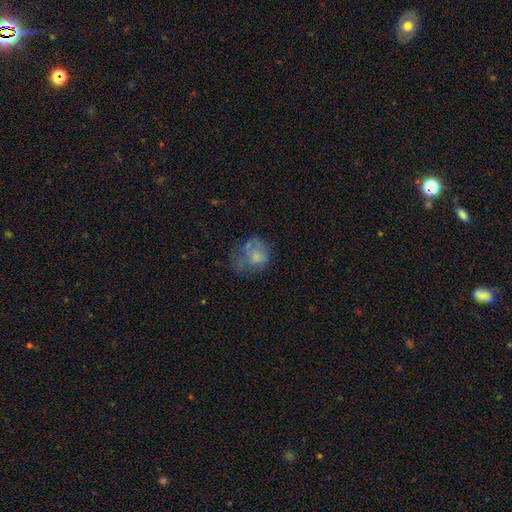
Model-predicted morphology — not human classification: This appears to be a smooth galaxy with no disk features (60%) that is round (56%). Merging: major disturbance (38%).